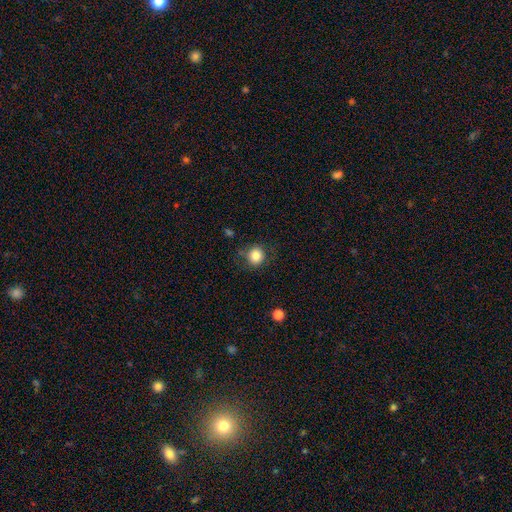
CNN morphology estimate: This is clearly a smooth galaxy (83%). How rounded: clearly round (87%). Merging: clearly none (80%).